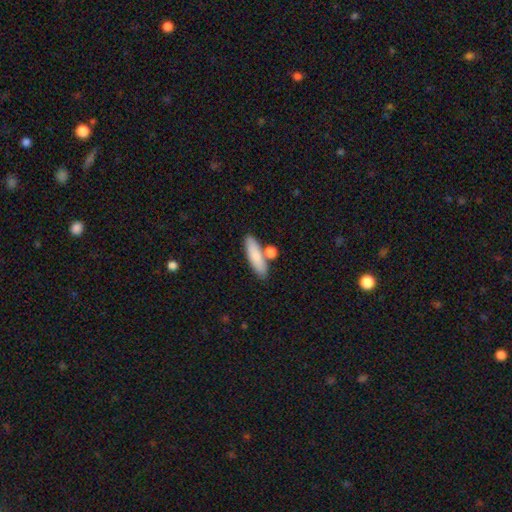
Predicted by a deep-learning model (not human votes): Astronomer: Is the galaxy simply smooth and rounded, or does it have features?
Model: smooth — 81%.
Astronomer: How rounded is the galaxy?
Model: cigar-shaped — 61% (runner-up: in between, 36%).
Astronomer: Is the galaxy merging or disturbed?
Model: none — 71%.